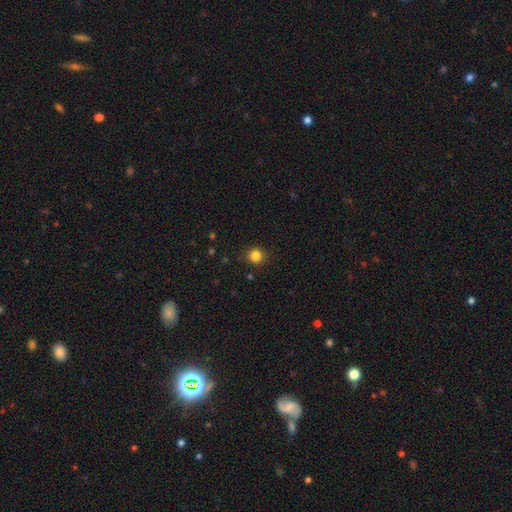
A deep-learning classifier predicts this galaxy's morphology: type=smooth (84%); roundness=round (92%); merging=none (90%).